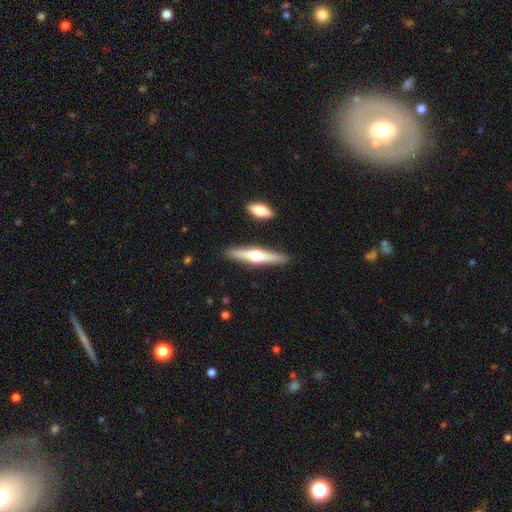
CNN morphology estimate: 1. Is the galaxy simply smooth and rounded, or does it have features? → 58% featured or disk, 37% smooth, 5% star or artifact.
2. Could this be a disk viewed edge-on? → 96% yes, 4% no.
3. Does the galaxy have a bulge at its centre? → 92% rounded, 4% none, 3% boxy.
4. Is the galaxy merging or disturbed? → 88% none, 7% minor disturbance, 3% merger, 2% major disturbance.